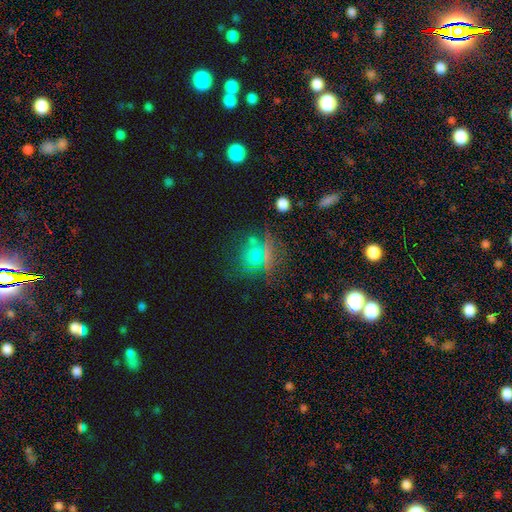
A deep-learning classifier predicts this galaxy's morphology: Smooth or featured: smooth — 58% (star or artifact — 26%)
How rounded: round — 85% (in between — 13%)
Merging: none — 69% (minor disturbance — 14%)